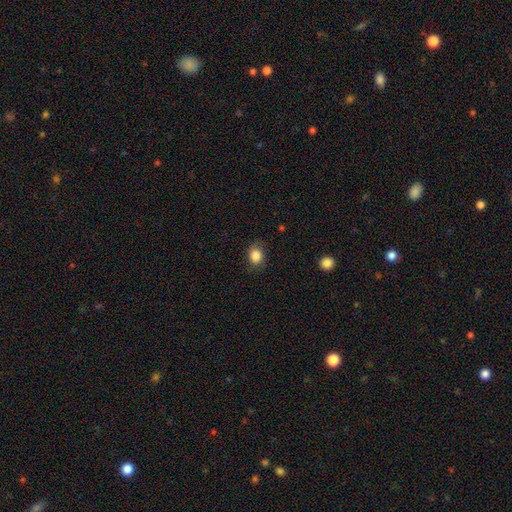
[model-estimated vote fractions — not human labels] Smooth or featured?
  - smooth: 85% *
  - star or artifact: 9%
  - featured or disk: 6%
How rounded?
  - round: 50% *
  - in between: 49%
  - cigar-shaped: 1%
Merging?
  - none: 76% *
  - minor disturbance: 18%
  - major disturbance: 4%
  - merger: 1%